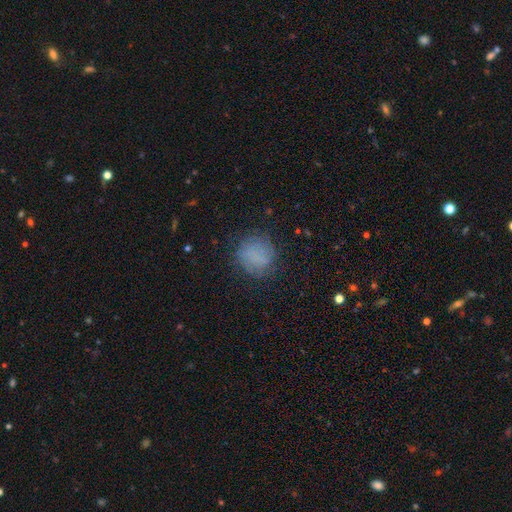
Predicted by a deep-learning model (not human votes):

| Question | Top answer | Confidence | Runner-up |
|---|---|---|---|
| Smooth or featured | smooth | 72% | featured or disk (15%) |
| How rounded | round | 83% | in between (15%) |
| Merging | none | 77% | minor disturbance (15%) |